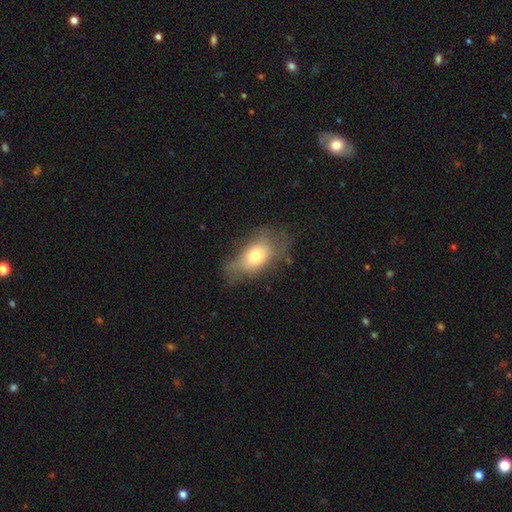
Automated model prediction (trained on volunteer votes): Smooth or featured: smooth — 68% (featured or disk — 23%)
How rounded: in between — 84% (round — 12%)
Merging: none — 48% (minor disturbance — 29%)